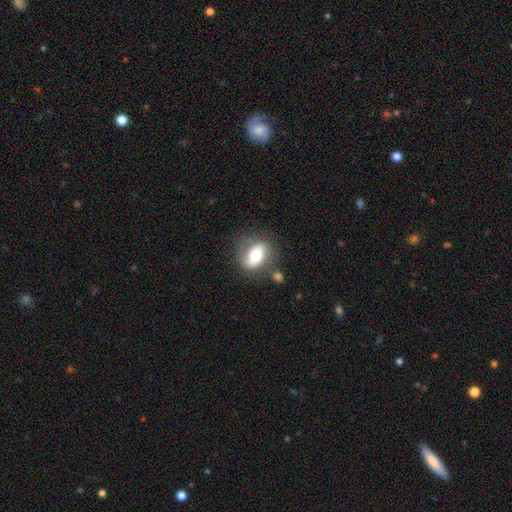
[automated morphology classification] Overall: smooth (51%; featured or disk 42%). How rounded: in between (73%). Merging: none (64%).